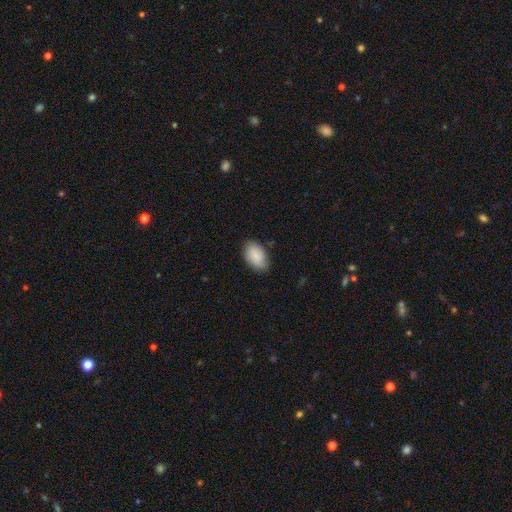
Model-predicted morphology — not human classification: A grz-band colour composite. It shows a smooth galaxy with no disk features (84%) that is in between round and cigar-shaped (92%). Merging: none (78%).